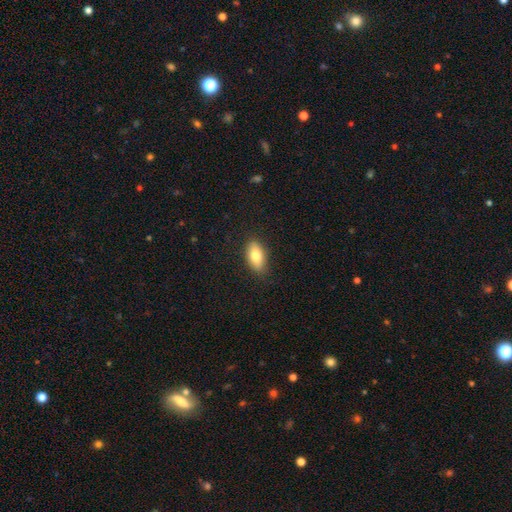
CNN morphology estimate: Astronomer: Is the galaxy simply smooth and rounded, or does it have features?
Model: smooth — 78%.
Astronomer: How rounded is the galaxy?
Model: in between — 86%.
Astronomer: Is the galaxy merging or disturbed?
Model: none — 85%.